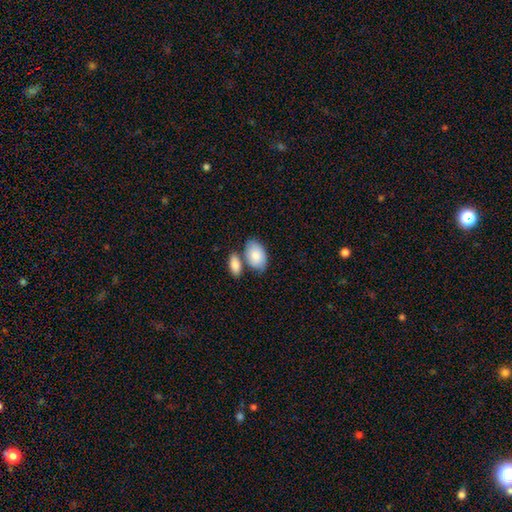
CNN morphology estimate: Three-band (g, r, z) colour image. It shows a smooth galaxy with no disk features (84%) that is in between round and cigar-shaped (93%). Merging: none (52%).